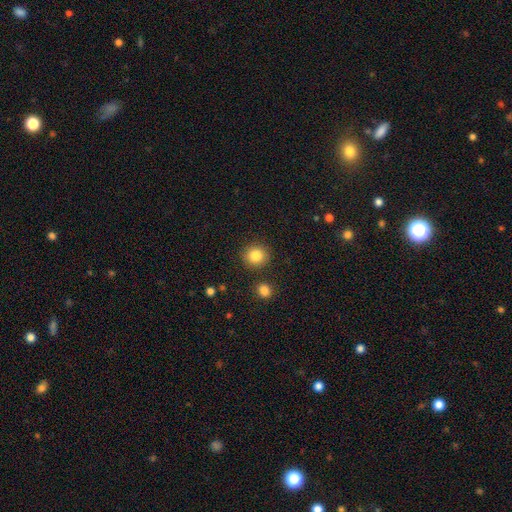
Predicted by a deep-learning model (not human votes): Smooth or featured? smooth (84%)
How rounded? round (88%)
Merging? none (87%)